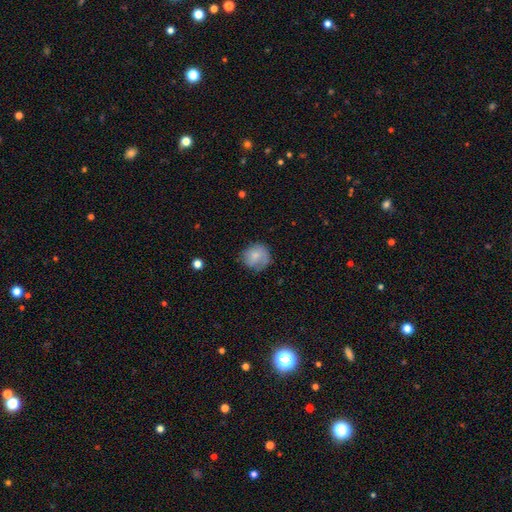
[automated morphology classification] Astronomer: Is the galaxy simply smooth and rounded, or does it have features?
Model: smooth — 74%.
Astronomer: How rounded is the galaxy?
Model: round — 87%.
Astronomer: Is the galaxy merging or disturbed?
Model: none — 69%.